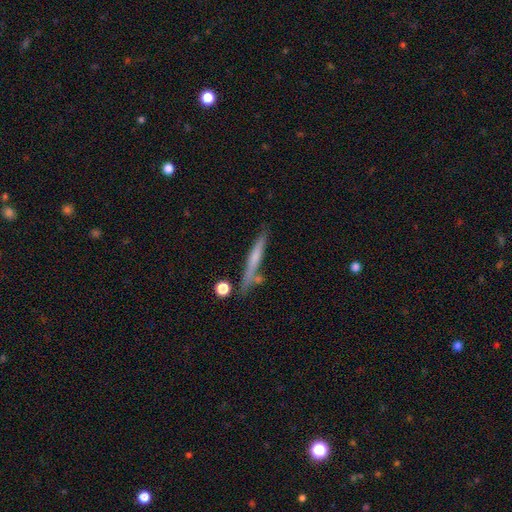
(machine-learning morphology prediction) A featured or disk galaxy (49%). Merging: none (69%).